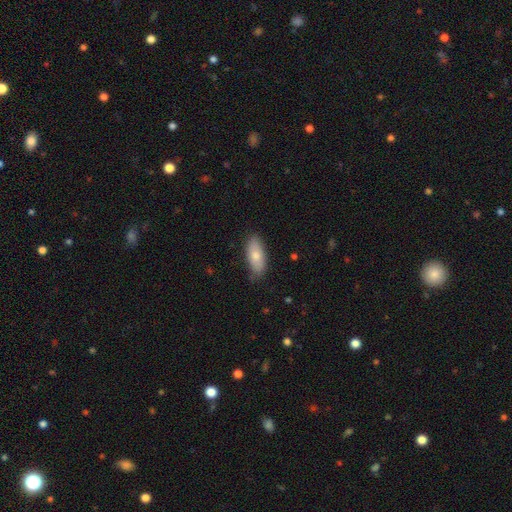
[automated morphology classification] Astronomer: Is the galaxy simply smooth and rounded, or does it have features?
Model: smooth — 76%.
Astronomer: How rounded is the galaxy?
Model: in between — 83%.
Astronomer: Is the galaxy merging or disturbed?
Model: none — 78%.